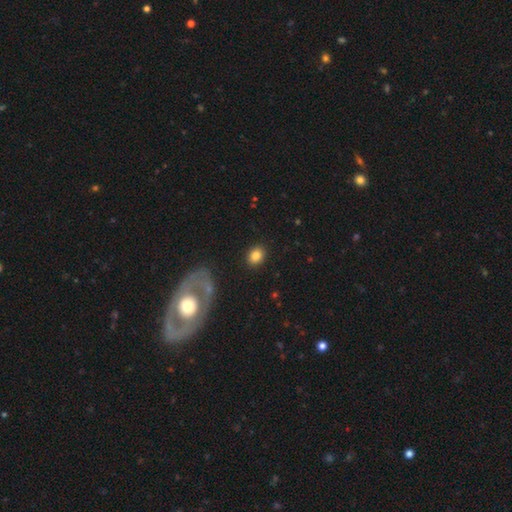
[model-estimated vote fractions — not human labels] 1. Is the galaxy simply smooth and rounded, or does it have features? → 84% smooth, 8% star or artifact, 7% featured or disk.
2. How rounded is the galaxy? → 52% in between, 47% round, 1% cigar-shaped.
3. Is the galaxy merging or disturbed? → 89% none, 7% minor disturbance, 3% major disturbance, 2% merger.